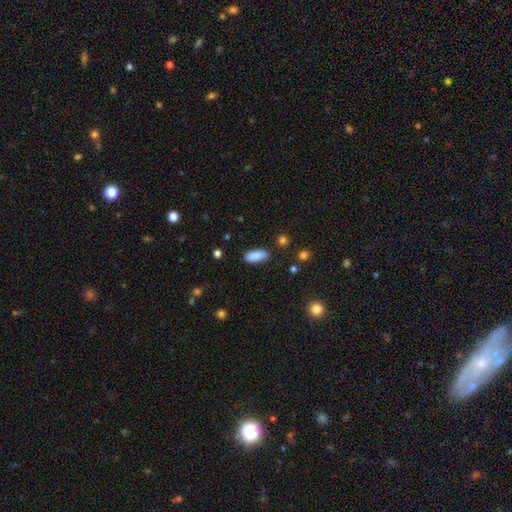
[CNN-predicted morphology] A smooth galaxy with no disk features (89%) that is in between round and cigar-shaped (78%). Merging: none (87%).